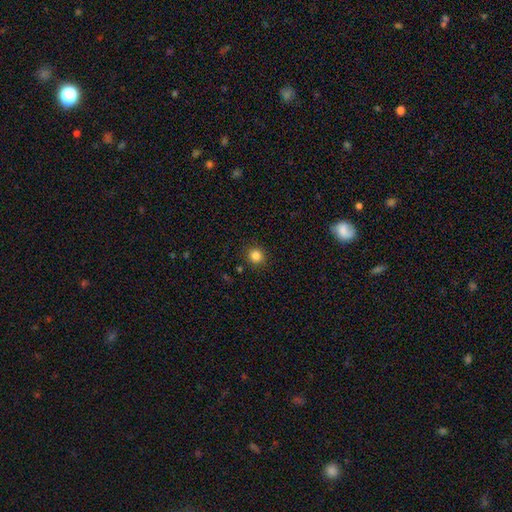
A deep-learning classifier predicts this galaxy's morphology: This is clearly a smooth galaxy (85%). How rounded: clearly round (90%). Merging: clearly none (90%).